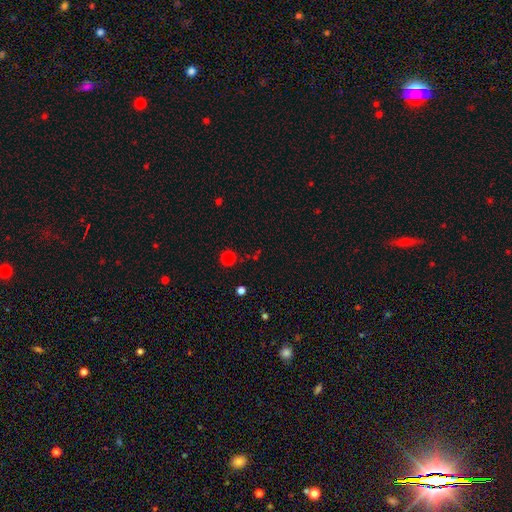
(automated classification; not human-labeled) smooth-or-featured: smooth: 55% | star or artifact: 39% | featured or disk: 5%
  how-rounded: round: 88% | in between: 10% | cigar-shaped: 2%
  merging: none: 84% | minor disturbance: 8% | major disturbance: 4% | merger: 4%